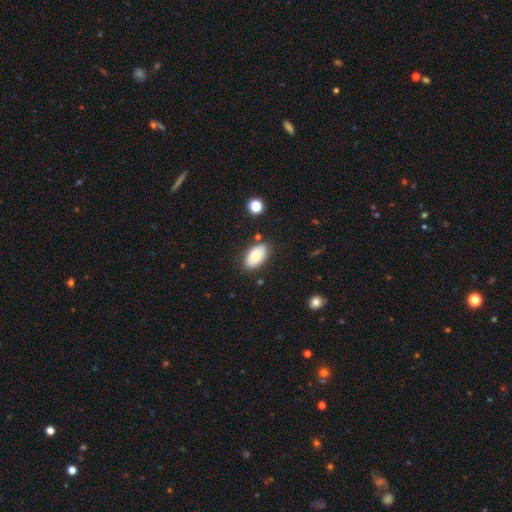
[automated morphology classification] This appears to be a smooth galaxy with no disk features (79%) that is in between round and cigar-shaped (94%). Merging: none (83%).